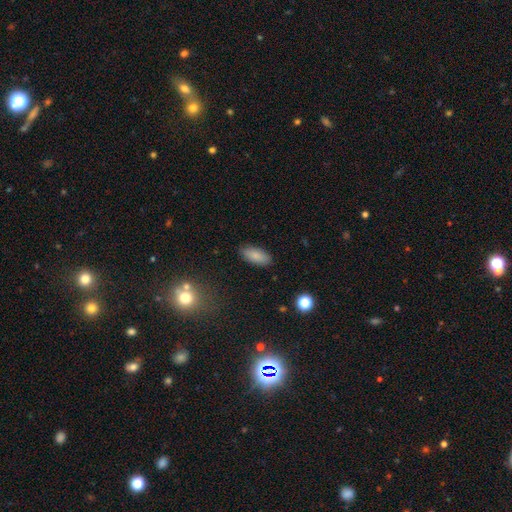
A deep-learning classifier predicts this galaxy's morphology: A smooth galaxy with no disk features (85%) that is in between round and cigar-shaped (86%).

Vote fractions:
- Smooth or featured? smooth: 85% / star or artifact: 8% / featured or disk: 7%
- How rounded? in between: 86% / cigar-shaped: 11% / round: 2%
- Merging? none: 88% / minor disturbance: 9% / major disturbance: 2% / merger: 1%